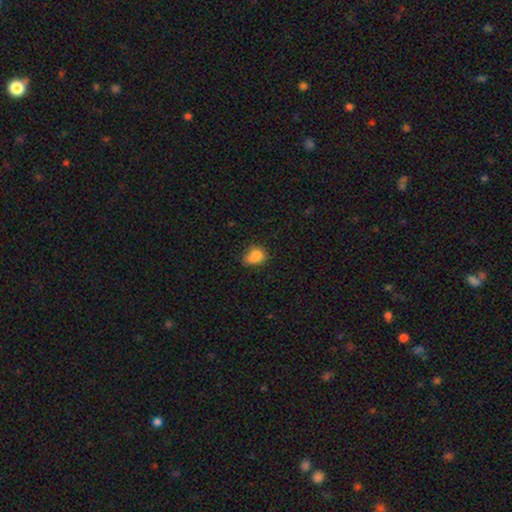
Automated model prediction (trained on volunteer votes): This appears to be a smooth galaxy with no disk features (83%) that is in between round and cigar-shaped (60%). Merging: none (50%).